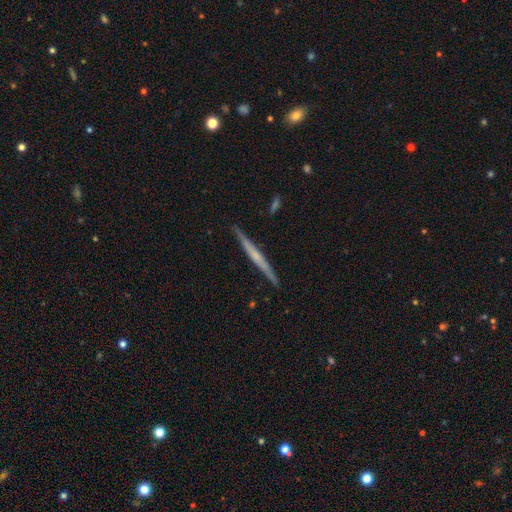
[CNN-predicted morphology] Smooth or featured?
  - featured or disk: 66% *
  - smooth: 29%
  - star or artifact: 5%
Edge-on disk?
  - yes: 98% *
  - no: 2%
Edge-on bulge?
  - none: 54% *
  - rounded: 34%
  - boxy: 11%
Merging?
  - none: 90% *
  - minor disturbance: 7%
  - major disturbance: 1%
  - merger: 1%